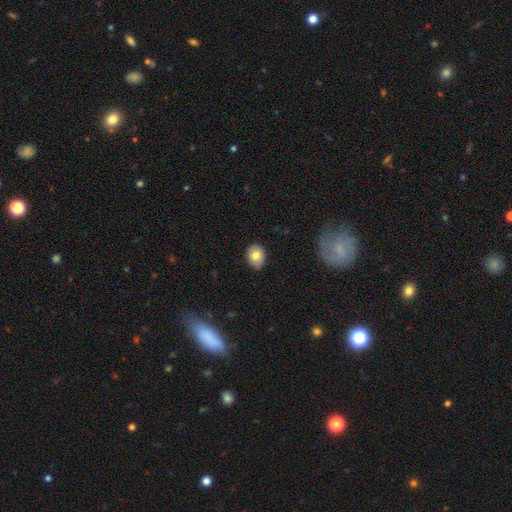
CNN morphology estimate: A smooth galaxy with no disk features (78%) that is in between round and cigar-shaped (56%). Merging: none (83%).